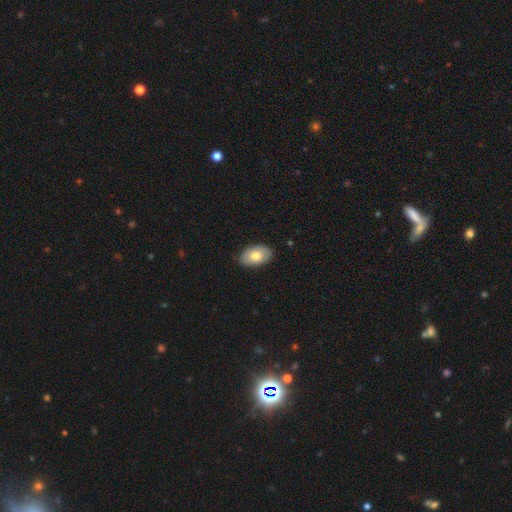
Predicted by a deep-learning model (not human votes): smooth_or_featured: smooth (p=0.76) [alt: featured or disk p=0.18]
how_rounded: in between (p=0.92) [alt: round p=0.07]
merging: none (p=0.84) [alt: minor disturbance p=0.13]